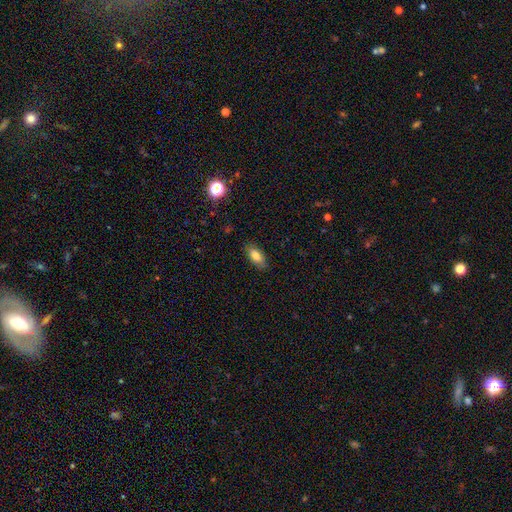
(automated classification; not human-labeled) This is likely a smooth galaxy (77%). How rounded: clearly in between (85%). Merging: clearly none (84%).